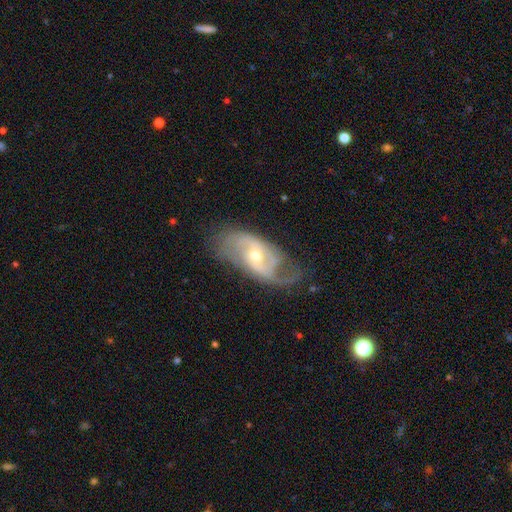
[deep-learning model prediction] Morphology: type=featured or disk (84%); edge-on=no (95%); bar=weak (45%); spiral arms=yes (93%); winding=medium (46%); arm count=2 (70%); bulge=moderate (52%); merging=none (62%).